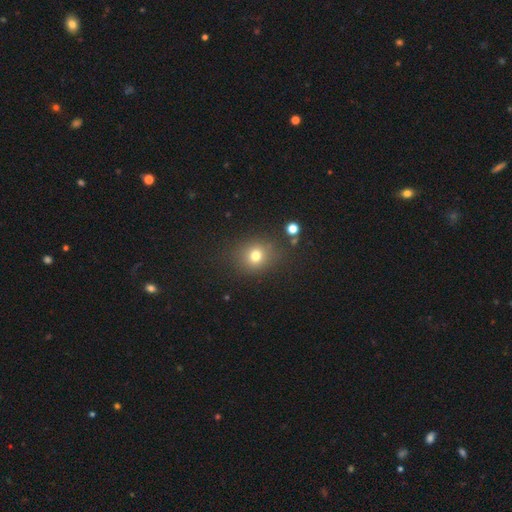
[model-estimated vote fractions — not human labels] smooth-or-featured: smooth: 75% | star or artifact: 16% | featured or disk: 9%
  how-rounded: round: 75% | in between: 24% | cigar-shaped: 1%
  merging: none: 81% | minor disturbance: 11% | major disturbance: 5% | merger: 3%